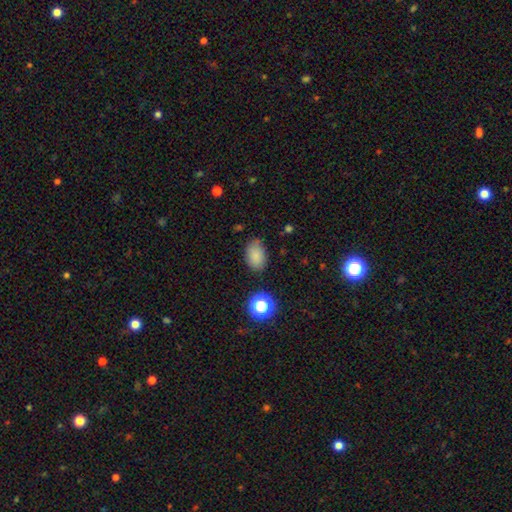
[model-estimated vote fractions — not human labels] The model was most divided on "merging": none: 79%, minor disturbance: 15%, major disturbance: 4%, merger: 2%. More confident: how rounded — in between (87%); smooth or featured — smooth (84%).